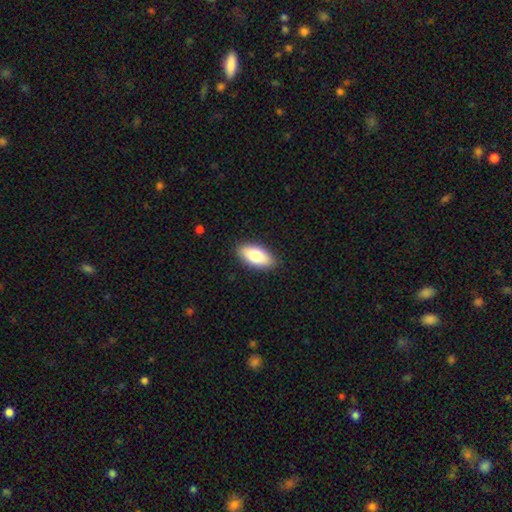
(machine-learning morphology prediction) smooth_or_featured: smooth (p=0.77) [alt: featured or disk p=0.17]
how_rounded: in between (p=0.89) [alt: cigar-shaped p=0.09]
merging: none (p=0.89) [alt: minor disturbance p=0.09]